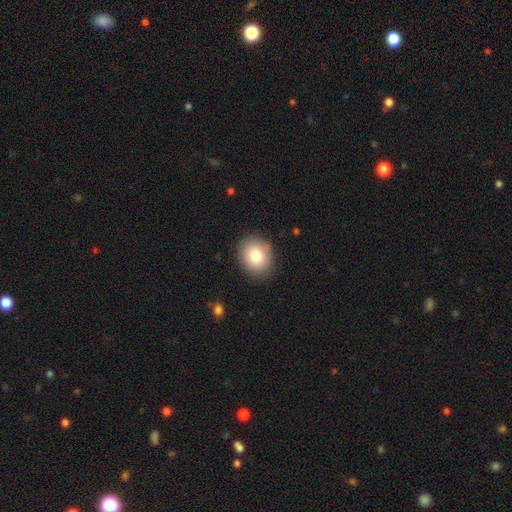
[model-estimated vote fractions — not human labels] smooth 82%, featured or disk 9%, star or artifact 9%. Down the decision tree: how rounded — round (62%); merging — none (87%).